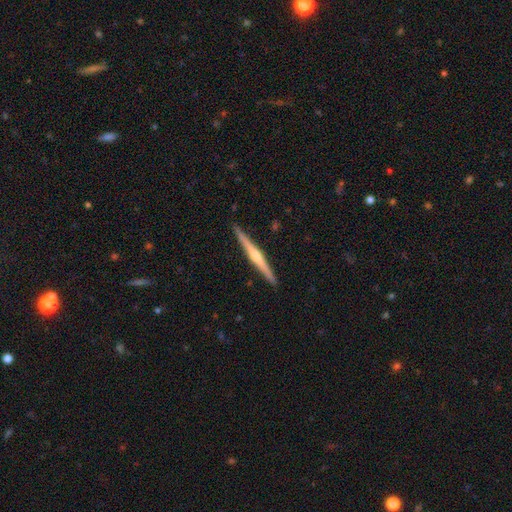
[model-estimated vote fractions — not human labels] The model was most divided on "smooth or featured": featured or disk: 74%, smooth: 21%, star or artifact: 5%. More confident: edge-on disk — yes (98%); merging — none (92%); edge-on bulge — rounded (79%).